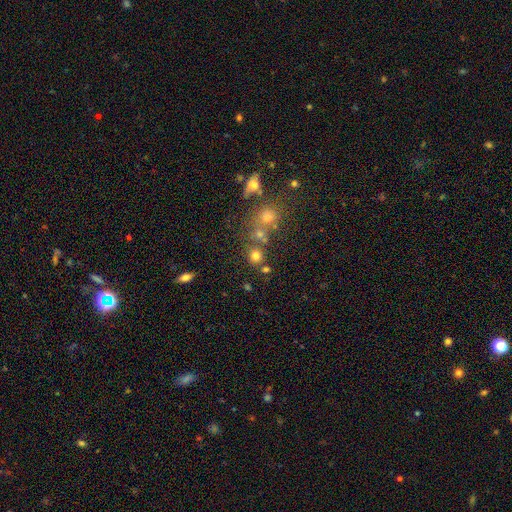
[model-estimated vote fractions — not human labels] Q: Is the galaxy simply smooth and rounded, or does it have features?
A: smooth — 73%.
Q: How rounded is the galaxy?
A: round — 88%.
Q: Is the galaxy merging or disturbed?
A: none — 69%.